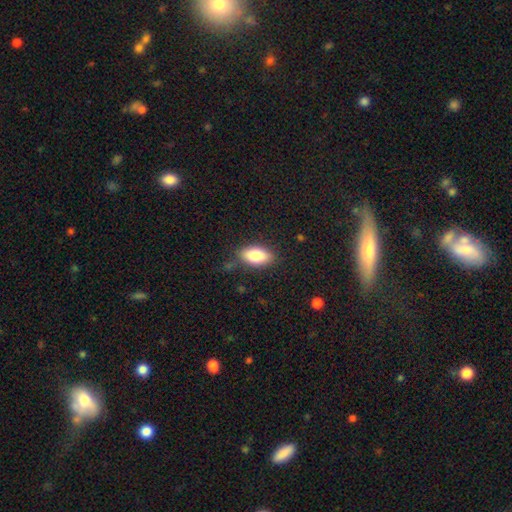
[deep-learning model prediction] A smooth galaxy with no disk features (82%) that is in between round and cigar-shaped (89%).

Vote fractions:
- Smooth or featured? smooth: 82% / featured or disk: 11% / star or artifact: 7%
- How rounded? in between: 89% / cigar-shaped: 7% / round: 4%
- Merging? none: 82% / minor disturbance: 13% / major disturbance: 3% / merger: 2%